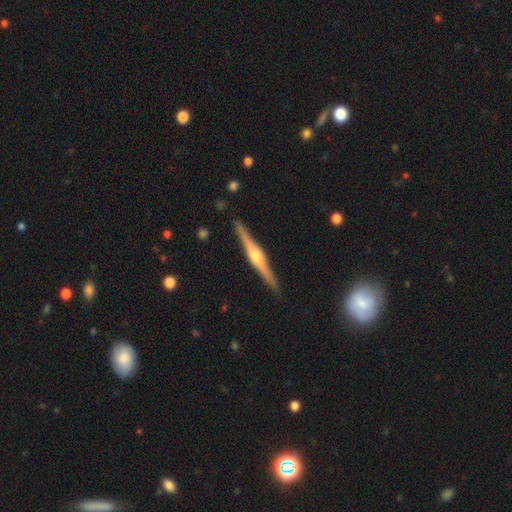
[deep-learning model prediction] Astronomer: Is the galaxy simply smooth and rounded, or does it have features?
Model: featured or disk — 82%.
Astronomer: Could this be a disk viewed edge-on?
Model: yes — 98%.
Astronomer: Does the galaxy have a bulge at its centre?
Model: rounded — 90%.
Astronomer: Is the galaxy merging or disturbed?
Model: none — 91%.